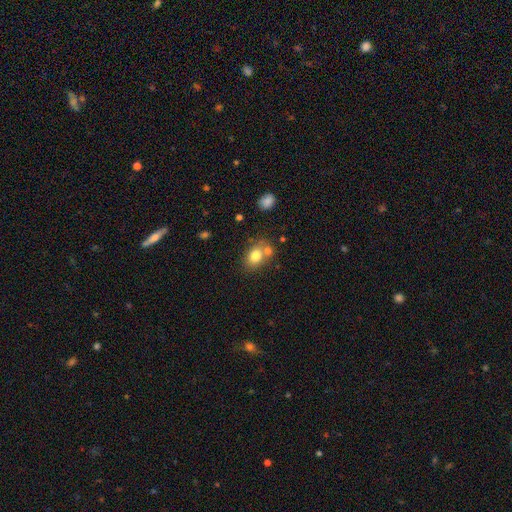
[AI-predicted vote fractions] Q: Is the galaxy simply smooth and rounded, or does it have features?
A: smooth — 78%.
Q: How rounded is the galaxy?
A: in between — 59%.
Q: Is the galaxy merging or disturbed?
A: none — 54%.